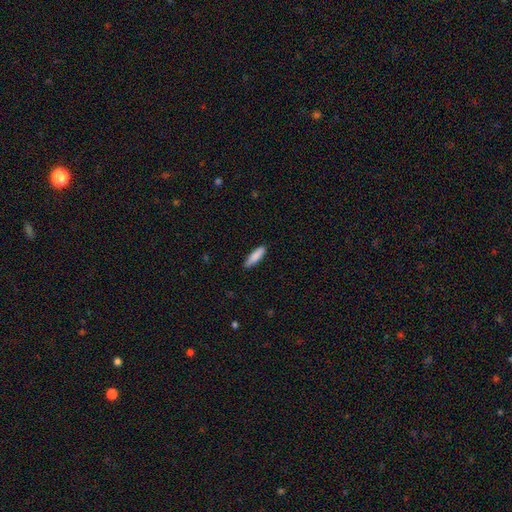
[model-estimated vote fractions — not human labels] This is clearly a smooth galaxy (87%). How rounded: likely cigar-shaped (68%). Merging: clearly none (89%).